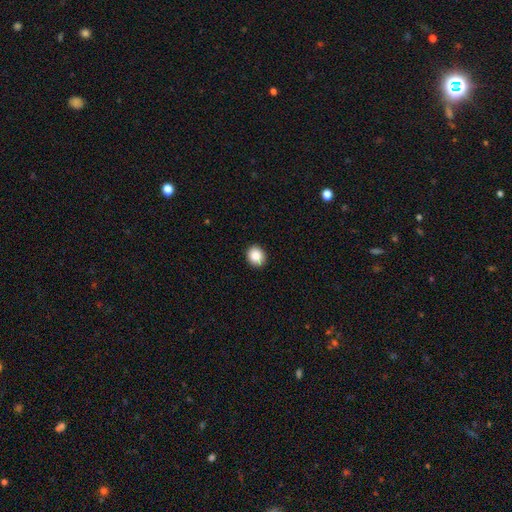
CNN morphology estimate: Smooth or featured?
  - smooth: 88% *
  - star or artifact: 8%
  - featured or disk: 3%
How rounded?
  - round: 71% *
  - in between: 28%
  - cigar-shaped: 1%
Merging?
  - none: 91% *
  - minor disturbance: 6%
  - major disturbance: 2%
  - merger: 1%